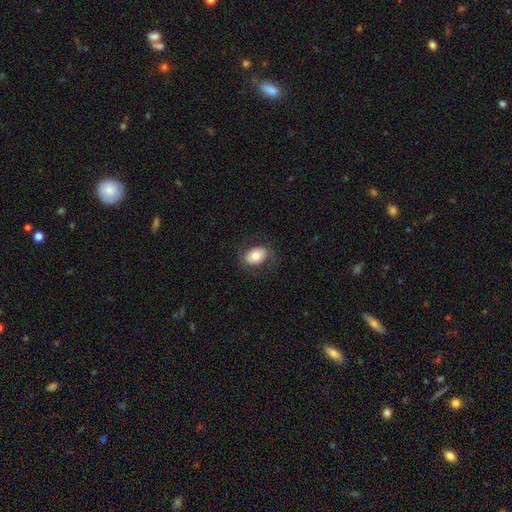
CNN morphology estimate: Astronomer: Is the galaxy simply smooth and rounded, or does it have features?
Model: smooth — 71%.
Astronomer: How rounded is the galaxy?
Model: in between — 81%.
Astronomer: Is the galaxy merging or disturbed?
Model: none — 77%.